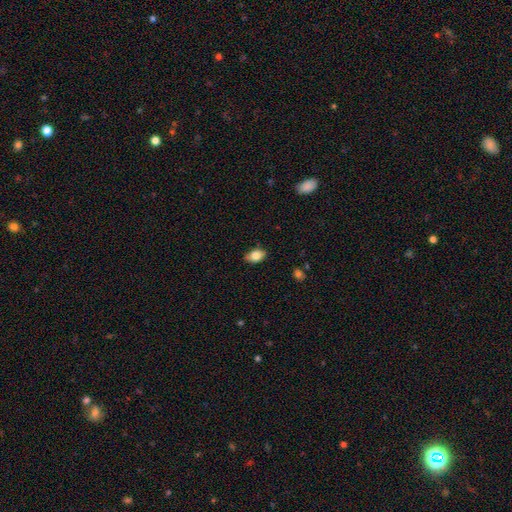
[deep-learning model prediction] A smooth galaxy with no disk features (82%) that is in between round and cigar-shaped (90%).

Vote fractions:
- Smooth or featured? smooth: 82% / featured or disk: 11% / star or artifact: 7%
- How rounded? in between: 90% / round: 8% / cigar-shaped: 2%
- Merging? none: 85% / minor disturbance: 12% / major disturbance: 2% / merger: 1%